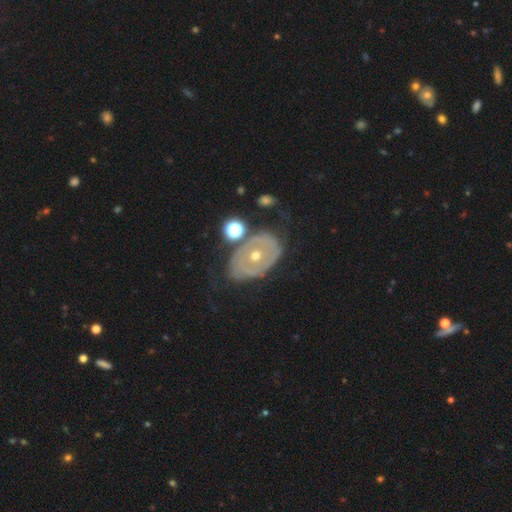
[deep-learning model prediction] Smooth or featured? featured or disk (70%)
Edge-on disk? no (95%)
Bar? no (86%)
Spiral arms? no (59%)
Bulge size? moderate (57%)
Merging? none (59%)